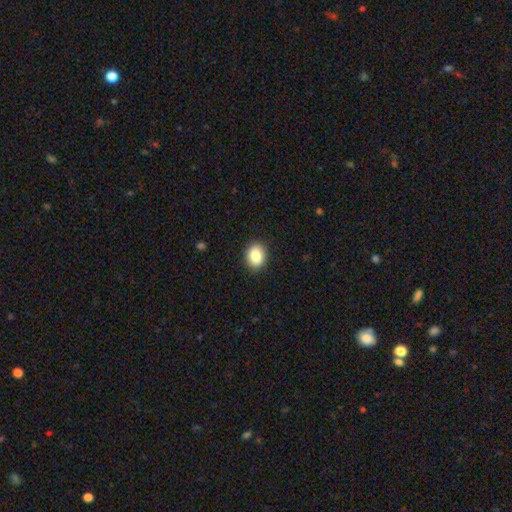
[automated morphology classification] A smooth galaxy with no disk features (87%) that is in between round and cigar-shaped (61%).

Vote fractions:
- Smooth or featured? smooth: 87% / star or artifact: 8% / featured or disk: 5%
- How rounded? in between: 61% / round: 38% / cigar-shaped: 1%
- Merging? none: 90% / minor disturbance: 7% / major disturbance: 2% / merger: 1%